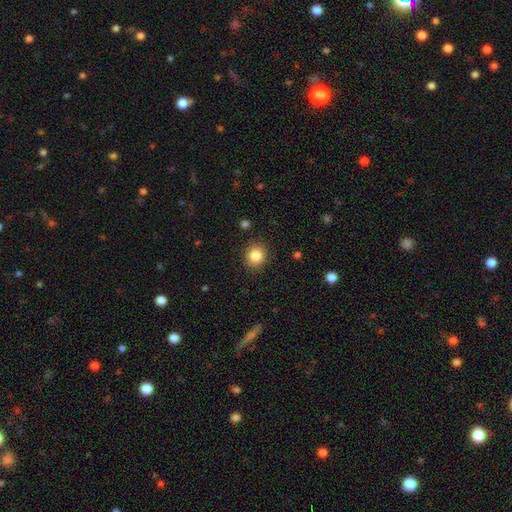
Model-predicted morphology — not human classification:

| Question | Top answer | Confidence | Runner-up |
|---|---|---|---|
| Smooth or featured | smooth | 85% | star or artifact (10%) |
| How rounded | round | 80% | in between (19%) |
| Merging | none | 88% | minor disturbance (8%) |